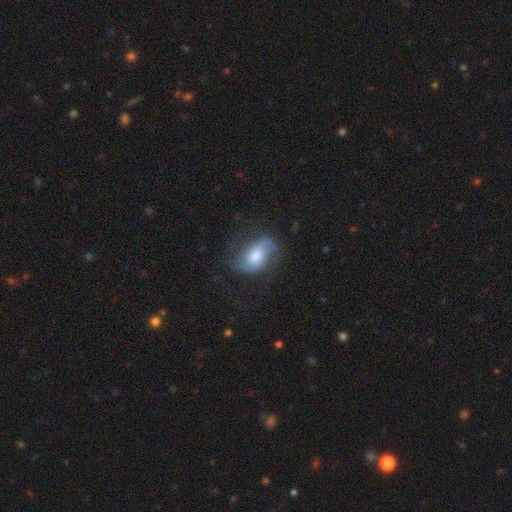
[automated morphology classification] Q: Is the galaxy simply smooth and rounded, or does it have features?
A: featured or disk — 61%.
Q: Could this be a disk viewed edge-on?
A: no — 94%.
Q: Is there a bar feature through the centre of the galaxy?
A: no — 45%.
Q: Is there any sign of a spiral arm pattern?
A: yes — 85%.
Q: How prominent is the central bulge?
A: moderate — 59%.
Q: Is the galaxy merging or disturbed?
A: none — 58%.